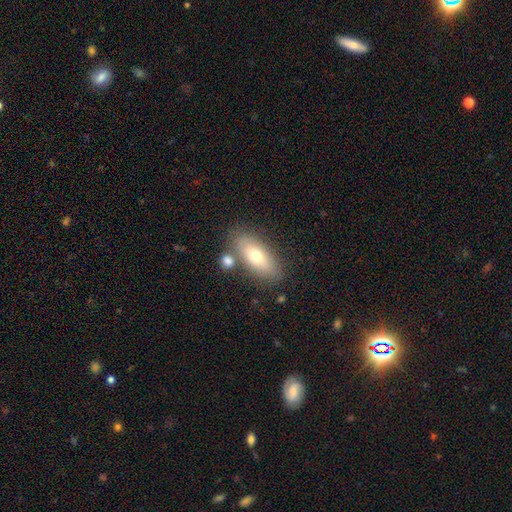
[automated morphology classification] Smooth or featured?
  - smooth: 65% *
  - featured or disk: 28%
  - star or artifact: 8%
How rounded?
  - in between: 80% *
  - cigar-shaped: 16%
  - round: 4%
Merging?
  - none: 75% *
  - minor disturbance: 12%
  - merger: 10%
  - major disturbance: 3%